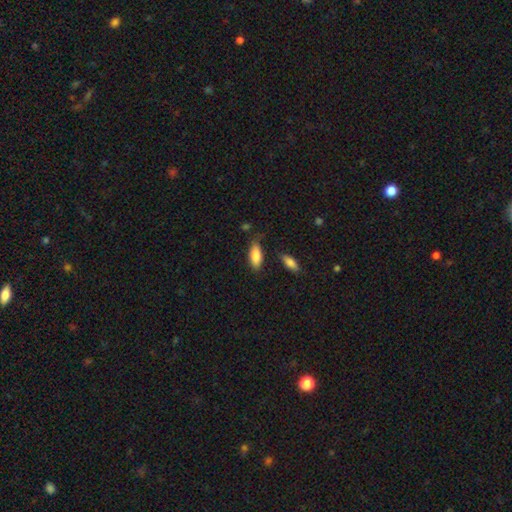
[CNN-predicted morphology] Smooth or featured?
  - smooth: 85% *
  - featured or disk: 8%
  - star or artifact: 6%
How rounded?
  - in between: 79% *
  - cigar-shaped: 19%
  - round: 2%
Merging?
  - none: 72% *
  - minor disturbance: 20%
  - major disturbance: 4%
  - merger: 4%